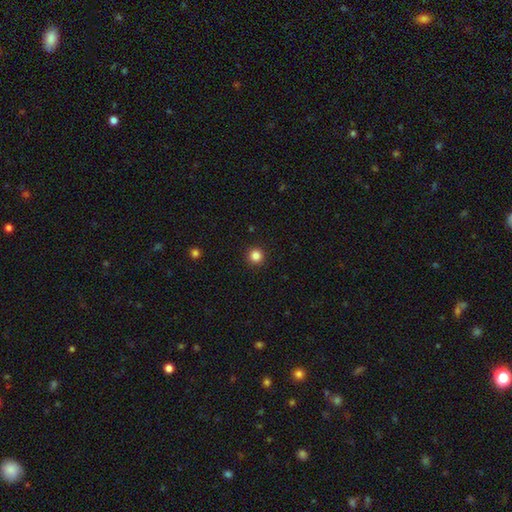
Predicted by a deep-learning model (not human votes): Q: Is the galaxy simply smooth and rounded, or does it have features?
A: smooth — 84%.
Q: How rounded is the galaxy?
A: round — 96%.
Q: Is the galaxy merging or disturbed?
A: none — 93%.